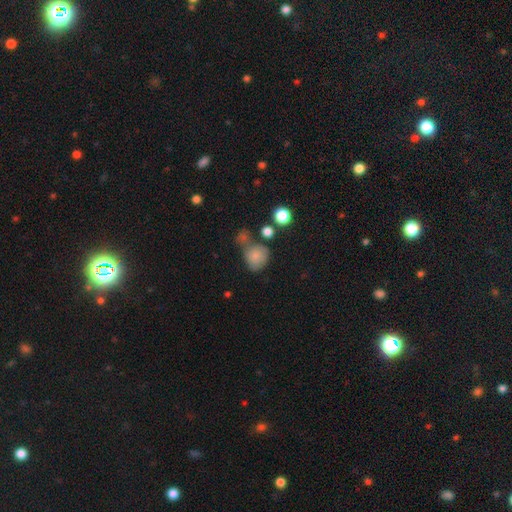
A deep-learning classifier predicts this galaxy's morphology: type=smooth (77%); roundness=round (67%); merging=none (41%).